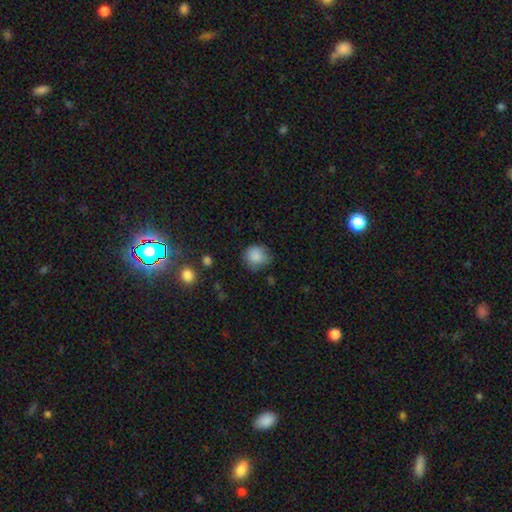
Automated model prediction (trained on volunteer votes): A smooth galaxy with no disk features (85%) that is round (83%).

Vote fractions:
- Smooth or featured? smooth: 85% / star or artifact: 9% / featured or disk: 6%
- How rounded? round: 83% / in between: 16% / cigar-shaped: 1%
- Merging? none: 67% / minor disturbance: 25% / major disturbance: 6% / merger: 2%